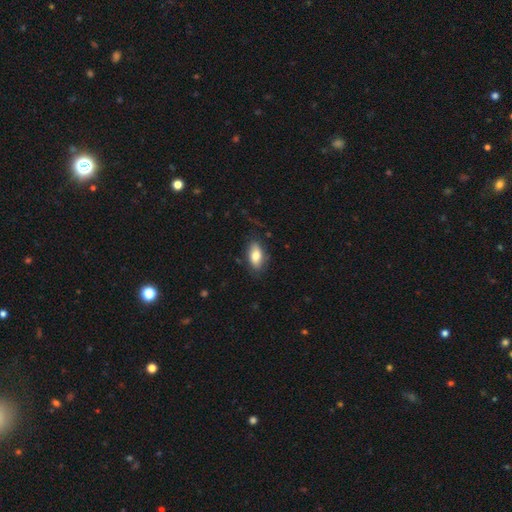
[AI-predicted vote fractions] Smooth or featured: smooth — 76% (featured or disk — 17%)
How rounded: in between — 89% (cigar-shaped — 7%)
Merging: none — 73% (minor disturbance — 19%)